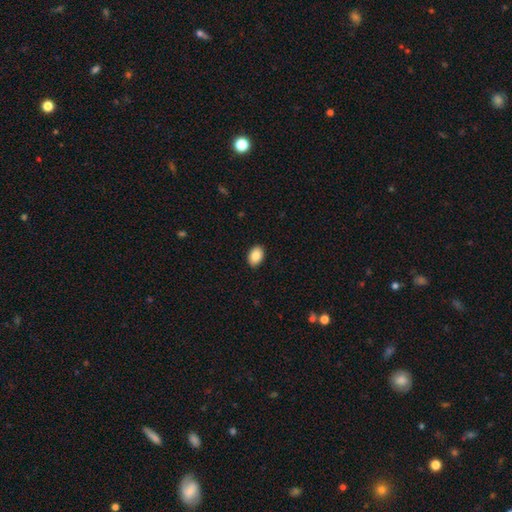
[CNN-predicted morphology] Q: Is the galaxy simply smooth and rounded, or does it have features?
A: smooth — 88%.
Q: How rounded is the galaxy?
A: in between — 86%.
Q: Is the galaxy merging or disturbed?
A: none — 90%.